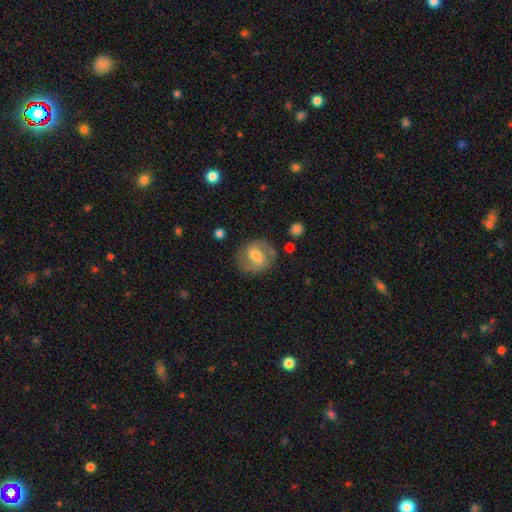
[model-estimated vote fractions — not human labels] This appears to be a featured or disk galaxy (57%) with a weak bar (48%), spiral arms (79%) and a moderate central bulge (59%). Merging: none (78%).